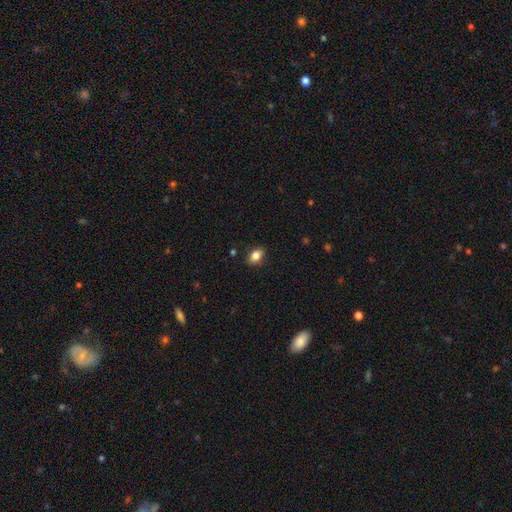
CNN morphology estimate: A smooth galaxy with no disk features (82%) that is in between round and cigar-shaped (80%). Merging: none (83%).